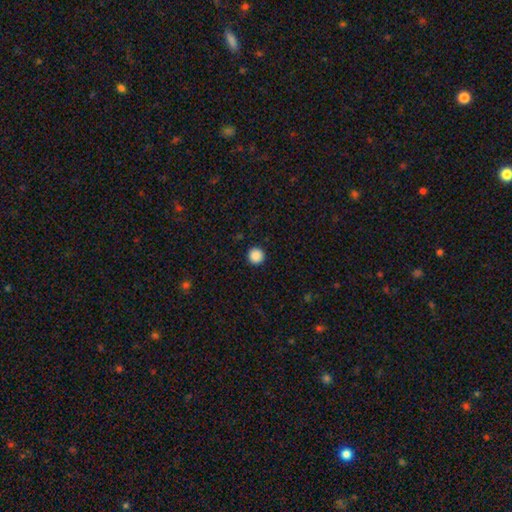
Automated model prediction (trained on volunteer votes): smooth-or-featured: smooth: 88% | star or artifact: 9% | featured or disk: 2%
  how-rounded: round: 96% | in between: 3% | cigar-shaped: 1%
  merging: none: 93% | minor disturbance: 4% | major disturbance: 2% | merger: 1%